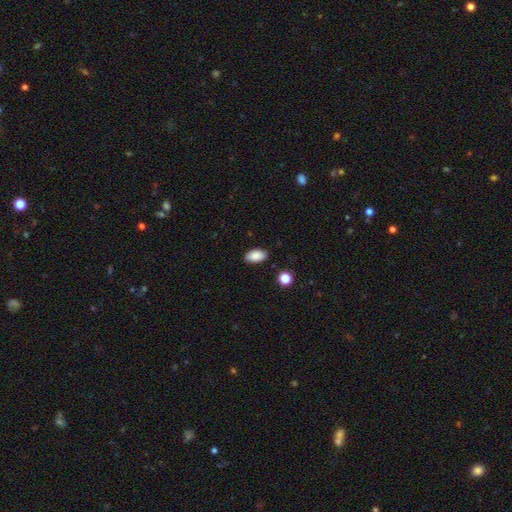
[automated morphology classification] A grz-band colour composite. It shows a smooth galaxy with no disk features (88%) that is in between round and cigar-shaped (94%). Merging: none (87%).